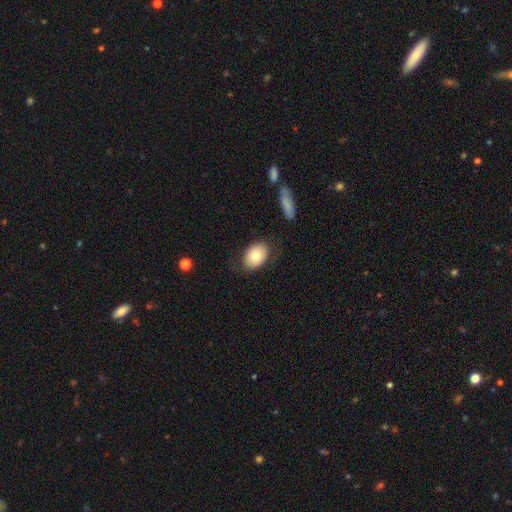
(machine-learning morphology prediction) A smooth galaxy with no disk features (78%) that is in between round and cigar-shaped (81%). Merging: none (77%).